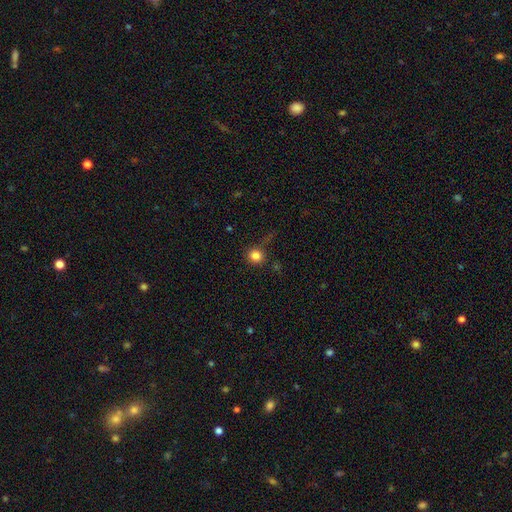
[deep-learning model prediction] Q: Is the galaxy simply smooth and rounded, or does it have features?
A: smooth — 81%.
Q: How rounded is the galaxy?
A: round — 92%.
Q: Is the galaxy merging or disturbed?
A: none — 76%.